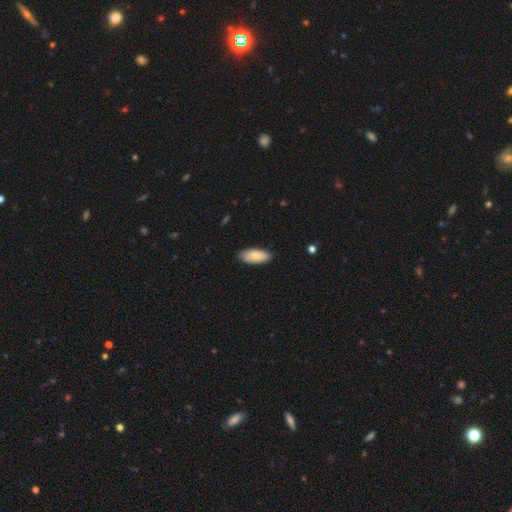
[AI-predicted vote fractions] Smooth or featured?
  - smooth: 82% *
  - featured or disk: 13%
  - star or artifact: 6%
How rounded?
  - in between: 86% *
  - cigar-shaped: 12%
  - round: 2%
Merging?
  - none: 85% *
  - minor disturbance: 12%
  - major disturbance: 2%
  - merger: 1%